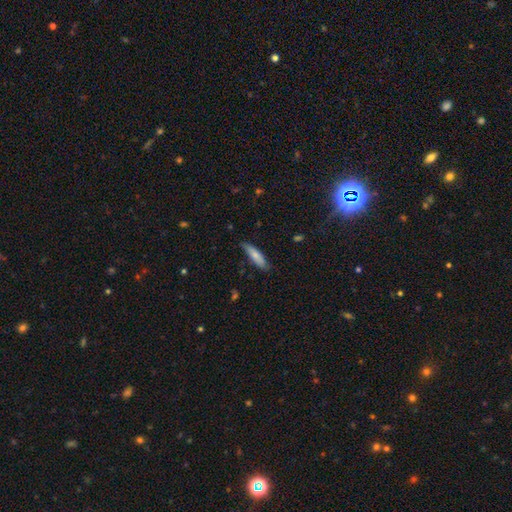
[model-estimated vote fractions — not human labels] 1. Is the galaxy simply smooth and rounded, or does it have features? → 74% smooth, 21% featured or disk, 6% star or artifact.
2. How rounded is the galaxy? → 66% cigar-shaped, 33% in between, 2% round.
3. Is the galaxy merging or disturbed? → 72% none, 23% minor disturbance, 3% major disturbance, 2% merger.